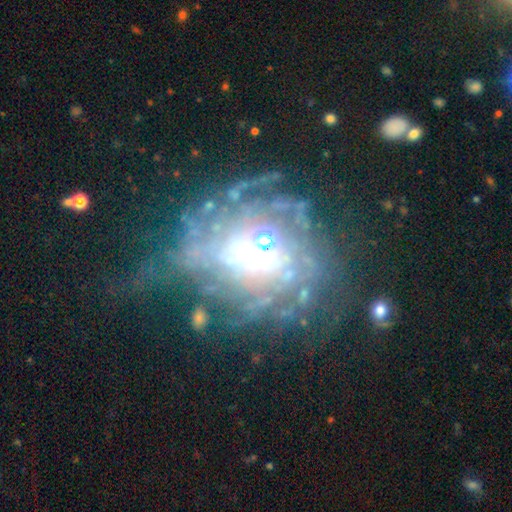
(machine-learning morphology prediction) This appears to be a featured or disk galaxy (71%) with no bar (58%), no spiral arms (54%) and a moderate central bulge (45%). Merging: none (47%).